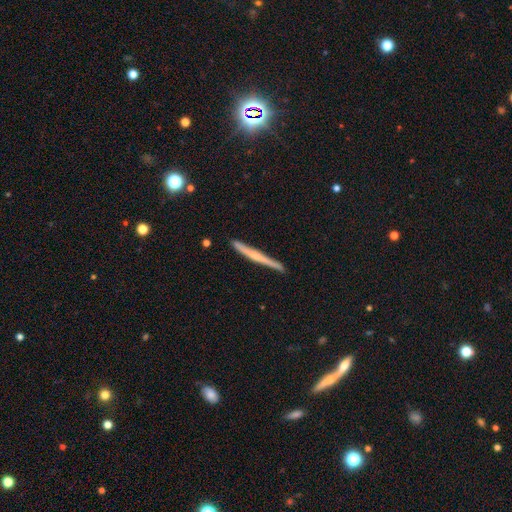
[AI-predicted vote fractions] This is possibly a featured or disk galaxy (56%). It is clearly viewed edge-on (97%). Edge-on bulge: possibly none (56%). Merging: clearly none (89%).